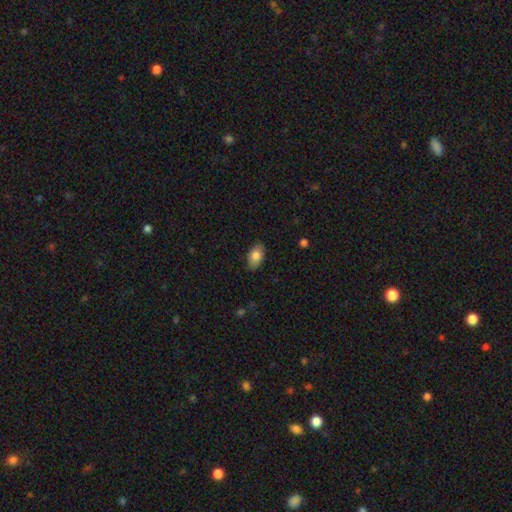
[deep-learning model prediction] Morphology: type=smooth (81%); roundness=in between (91%); merging=none (85%).